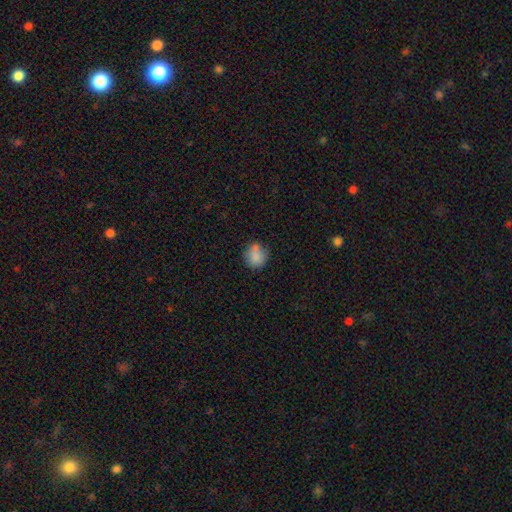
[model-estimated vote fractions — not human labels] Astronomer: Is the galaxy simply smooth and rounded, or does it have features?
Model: smooth — 81%.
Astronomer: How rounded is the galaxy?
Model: round — 80%.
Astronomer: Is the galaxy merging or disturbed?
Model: none — 61%.